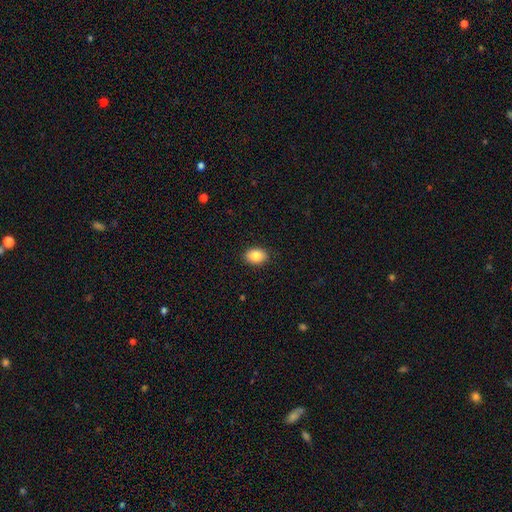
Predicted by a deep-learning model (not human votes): Q: Smooth or featured?
A: smooth (85%); runner-up: star or artifact (8%)
Q: How rounded?
A: in between (75%); runner-up: round (24%)
Q: Merging?
A: none (89%); runner-up: minor disturbance (8%)